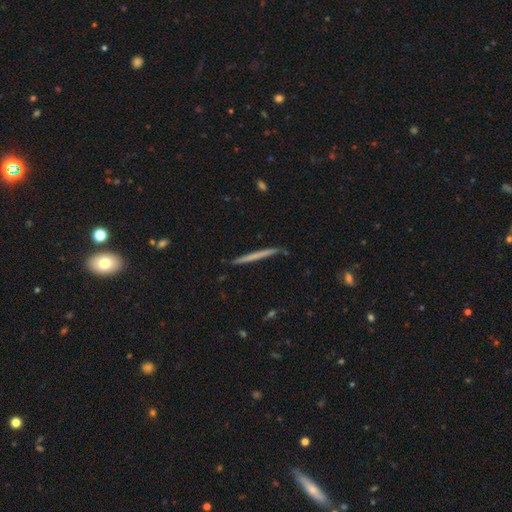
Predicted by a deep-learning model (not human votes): A smooth galaxy with no disk features (53%) that is cigar-shaped (97%). Merging: none (90%).